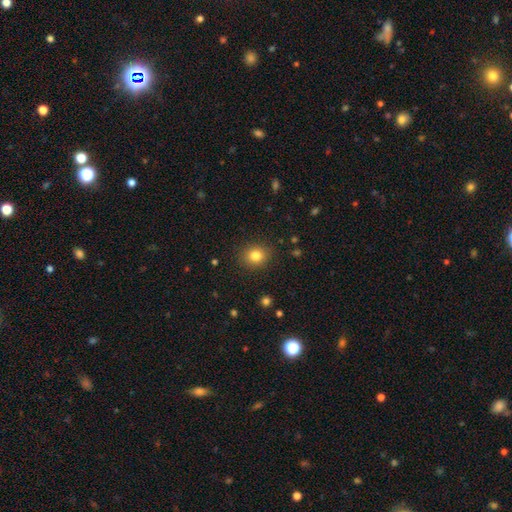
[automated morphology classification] A smooth galaxy with no disk features (82%) that is round (72%).

Vote fractions:
- Smooth or featured? smooth: 82% / star or artifact: 12% / featured or disk: 6%
- How rounded? round: 72% / in between: 27% / cigar-shaped: 1%
- Merging? none: 89% / minor disturbance: 8% / major disturbance: 3% / merger: 1%